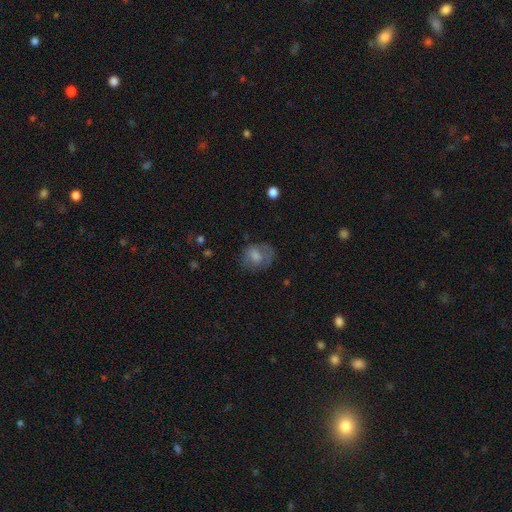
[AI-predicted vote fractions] The model was most divided on "how rounded": round: 53%, in between: 45%, cigar-shaped: 1%. More confident: smooth or featured — smooth (67%); merging — none (57%).